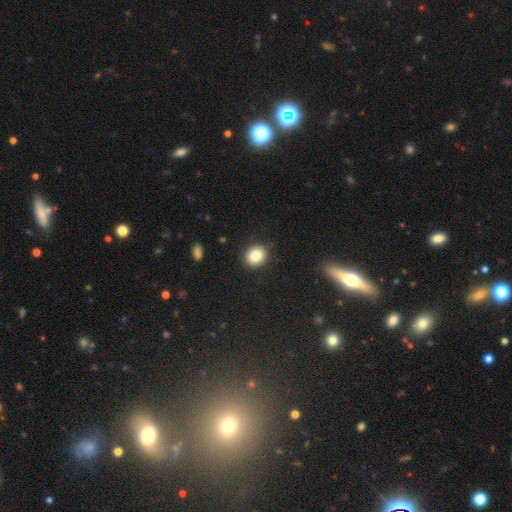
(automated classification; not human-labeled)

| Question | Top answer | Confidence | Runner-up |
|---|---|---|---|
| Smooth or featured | smooth | 83% | star or artifact (10%) |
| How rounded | round | 68% | in between (31%) |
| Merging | none | 89% | minor disturbance (8%) |